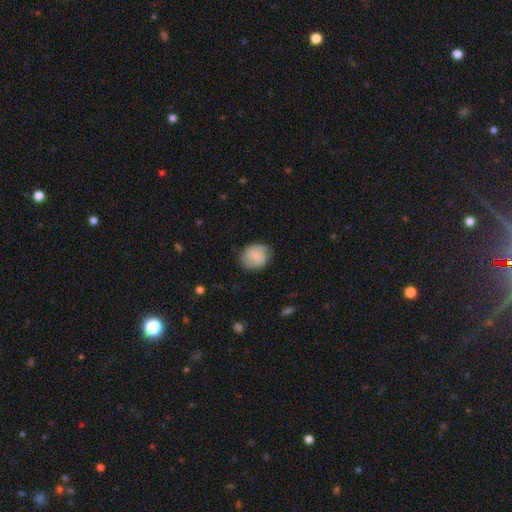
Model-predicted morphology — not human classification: Smooth or featured: smooth — 78% (featured or disk — 15%)
How rounded: round — 65% (in between — 34%)
Merging: none — 73% (minor disturbance — 21%)